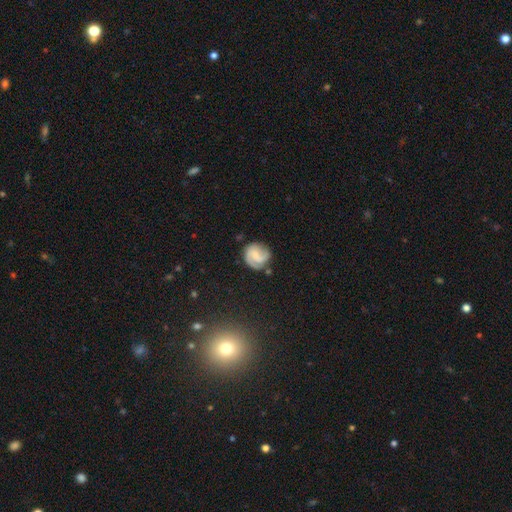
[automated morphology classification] The model was most divided on "spiral winding": medium: 44%, tight: 39%, loose: 17%. Remaining: edge-on disk — no (98%); spiral arms — yes (94%); smooth or featured — featured or disk (71%); merging — none (69%); spiral arm count — 2 (66%); bar — weak (47%); bulge size — small (45%).